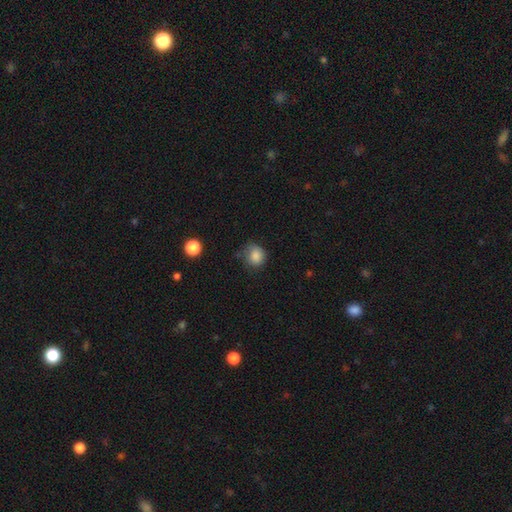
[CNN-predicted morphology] A smooth galaxy with no disk features (84%) that is round (81%). Merging: none (61%).